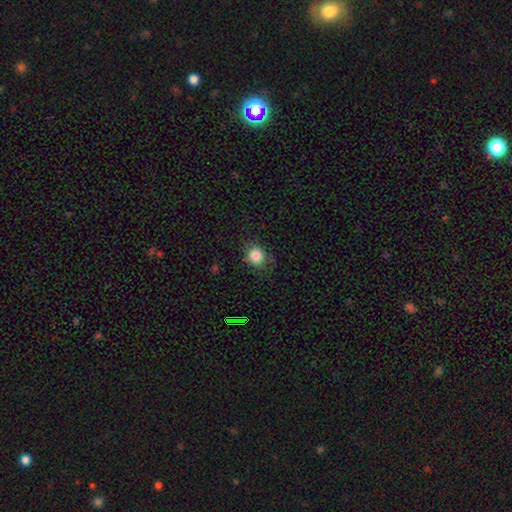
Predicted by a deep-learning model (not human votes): smooth_or_featured: smooth (p=0.84) [alt: star or artifact p=0.11]
how_rounded: round (p=0.76) [alt: in between p=0.23]
merging: none (p=0.79) [alt: minor disturbance p=0.15]